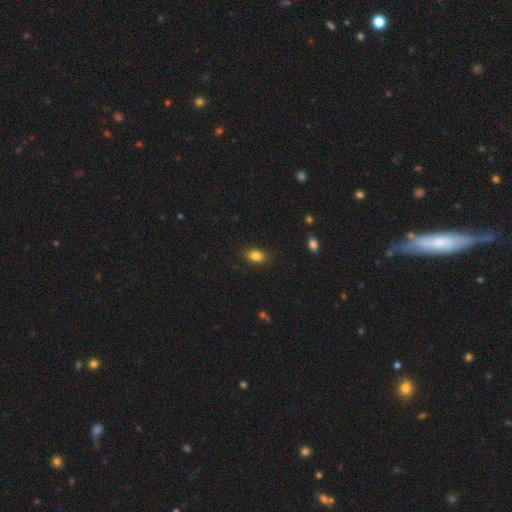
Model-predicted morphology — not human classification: Overall: smooth (84%). How rounded: in between (84%). Merging: none (86%).